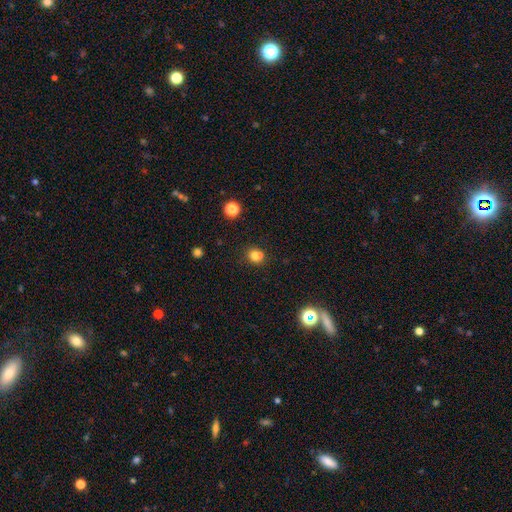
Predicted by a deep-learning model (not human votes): Smooth or featured: smooth — 76% (star or artifact — 15%)
How rounded: round — 74% (in between — 25%)
Merging: none — 52% (merger — 34%)